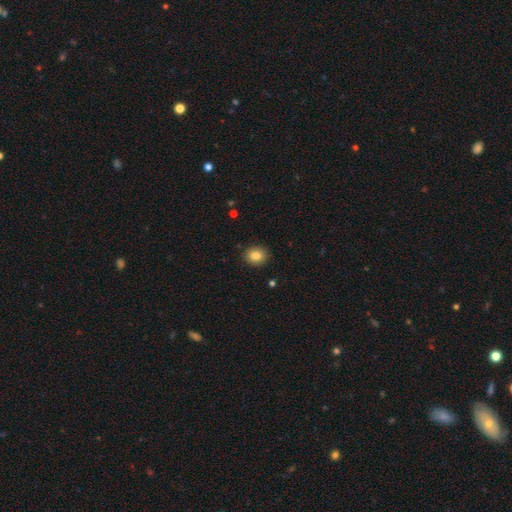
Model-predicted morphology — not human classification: Q: Smooth or featured?
A: smooth (86%); runner-up: star or artifact (9%)
Q: How rounded?
A: round (61%); runner-up: in between (38%)
Q: Merging?
A: none (90%); runner-up: minor disturbance (7%)